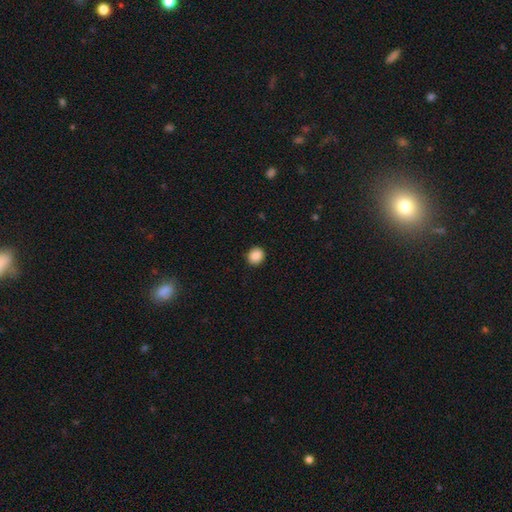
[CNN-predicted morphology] This appears to be a smooth galaxy with no disk features (88%) that is round (84%). Merging: none (92%).